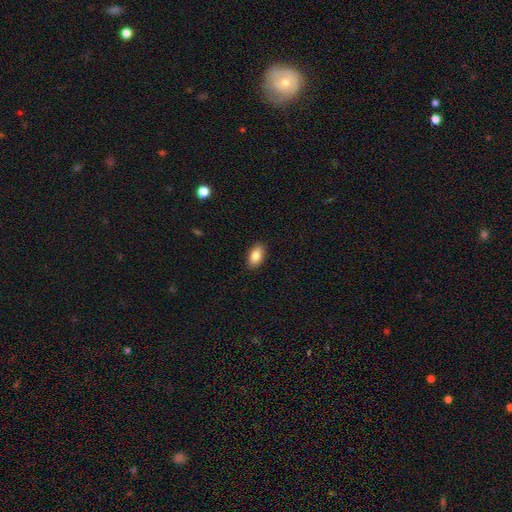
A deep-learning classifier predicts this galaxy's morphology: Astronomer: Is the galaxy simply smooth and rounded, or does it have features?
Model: smooth — 85%.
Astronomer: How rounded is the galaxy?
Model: in between — 92%.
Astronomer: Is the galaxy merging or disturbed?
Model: none — 89%.